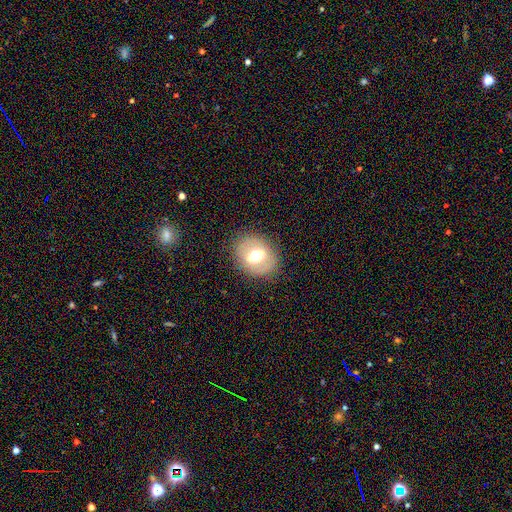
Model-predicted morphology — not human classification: featured or disk 47%, smooth 44%, star or artifact 9%. Down the decision tree: merging — none (83%).